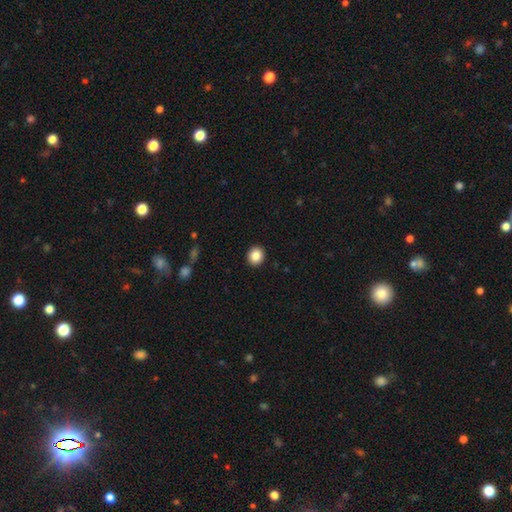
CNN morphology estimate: smooth_or_featured: smooth (p=0.86) [alt: star or artifact p=0.09]
how_rounded: round (p=0.84) [alt: in between p=0.15]
merging: none (p=0.93) [alt: minor disturbance p=0.05]